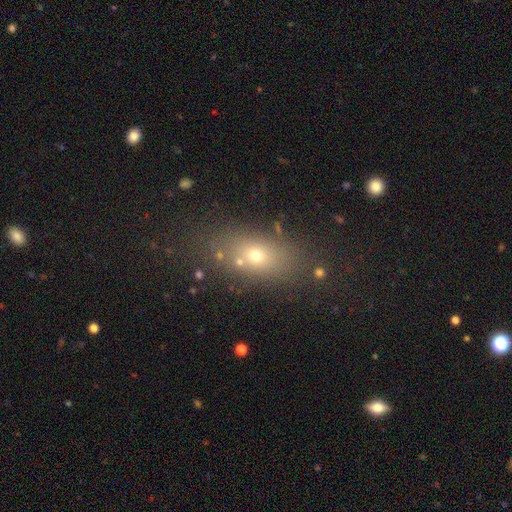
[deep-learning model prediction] Q: Smooth or featured?
A: smooth (60%); runner-up: star or artifact (21%)
Q: How rounded?
A: in between (68%); runner-up: round (23%)
Q: Merging?
A: none (72%); runner-up: minor disturbance (12%)